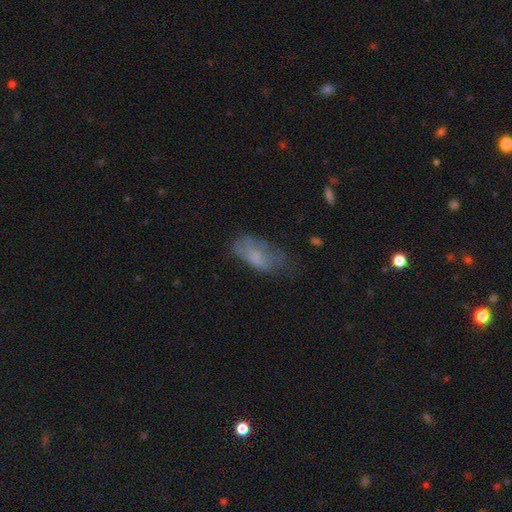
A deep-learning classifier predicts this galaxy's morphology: This appears to be a smooth galaxy with no disk features (63%) that is in between round and cigar-shaped (89%). Merging: none (40%).